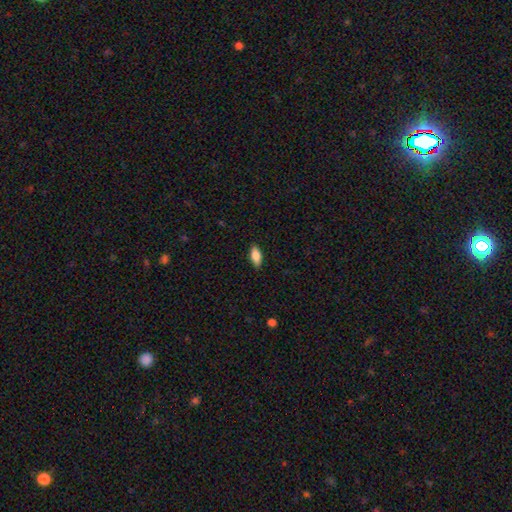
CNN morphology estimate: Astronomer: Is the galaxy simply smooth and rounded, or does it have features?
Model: smooth — 82%.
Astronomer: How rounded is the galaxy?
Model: in between — 82%.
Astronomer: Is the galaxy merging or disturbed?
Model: none — 87%.